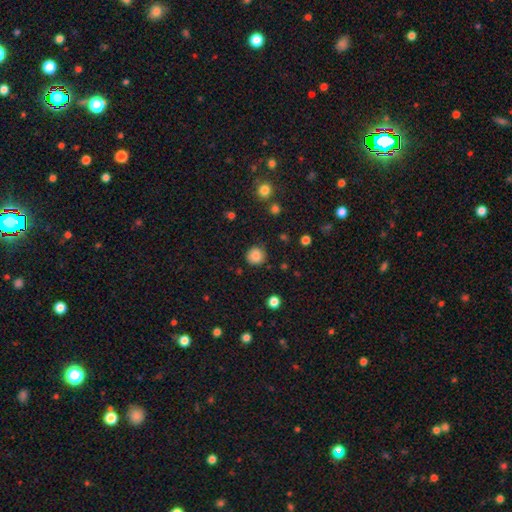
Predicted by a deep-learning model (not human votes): smooth_or_featured: smooth (p=0.84) [alt: star or artifact p=0.10]
how_rounded: round (p=0.92) [alt: in between p=0.07]
merging: none (p=0.85) [alt: minor disturbance p=0.10]